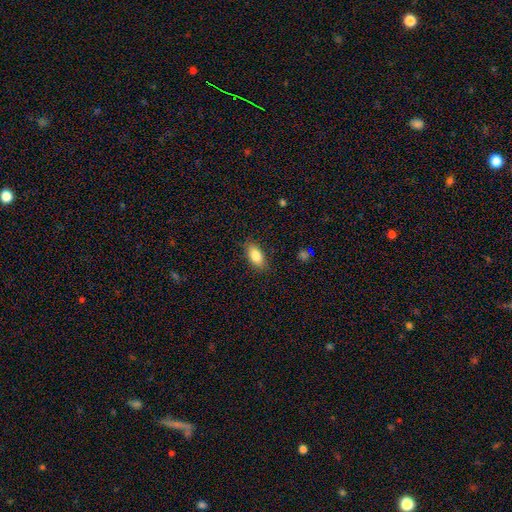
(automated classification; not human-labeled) Smooth or featured: smooth — 83% (featured or disk — 9%)
How rounded: in between — 88% (cigar-shaped — 7%)
Merging: none — 84% (minor disturbance — 12%)